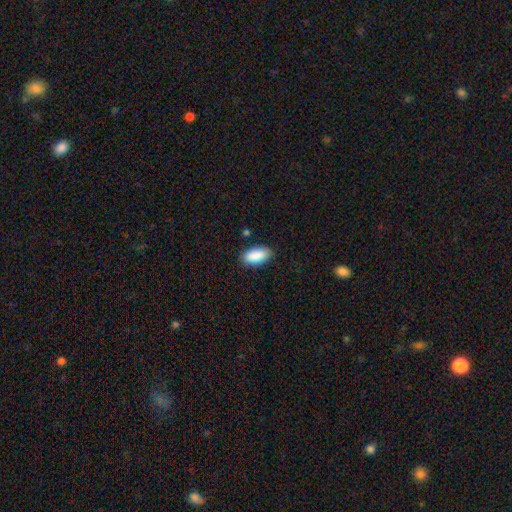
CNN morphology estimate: Smooth or featured? Predicted: smooth (p=0.90). How rounded? Predicted: in between (p=0.91). Merging? Predicted: none (p=0.85).